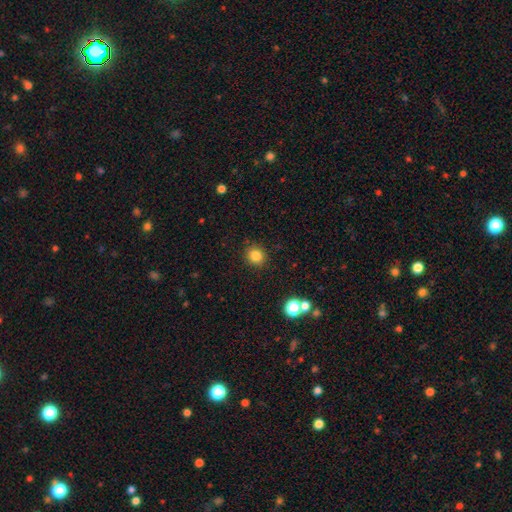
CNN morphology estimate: type=smooth (83%); roundness=round (87%); merging=none (90%).